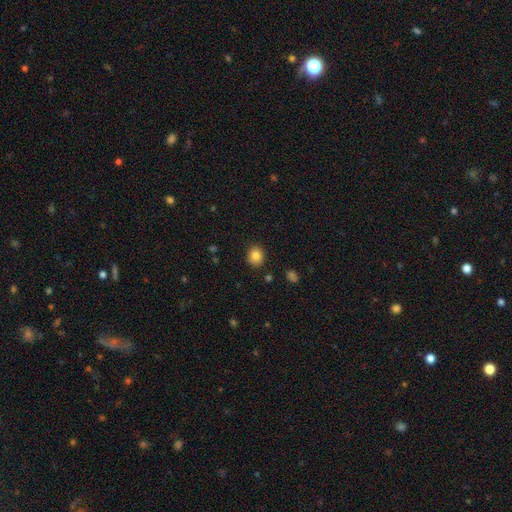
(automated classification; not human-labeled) This appears to be a smooth galaxy with no disk features (83%) that is round (78%). Merging: none (90%).